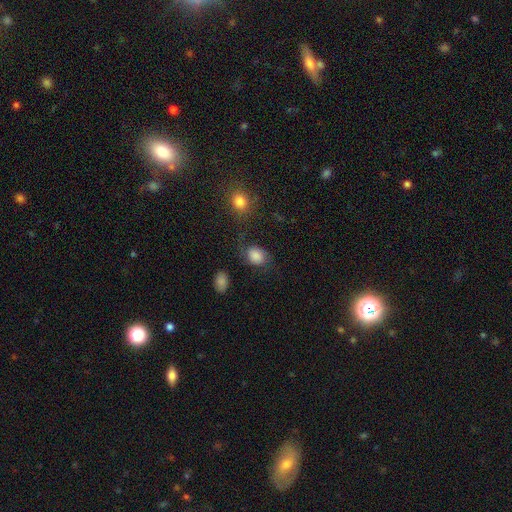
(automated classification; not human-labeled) This appears to be a smooth galaxy with no disk features (71%) that is in between round and cigar-shaped (52%). Merging: none (55%).